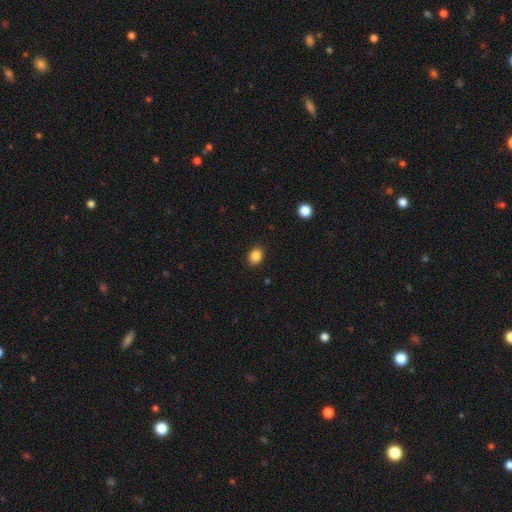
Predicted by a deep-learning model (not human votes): Smooth or featured? smooth (86%)
How rounded? in between (60%)
Merging? none (90%)